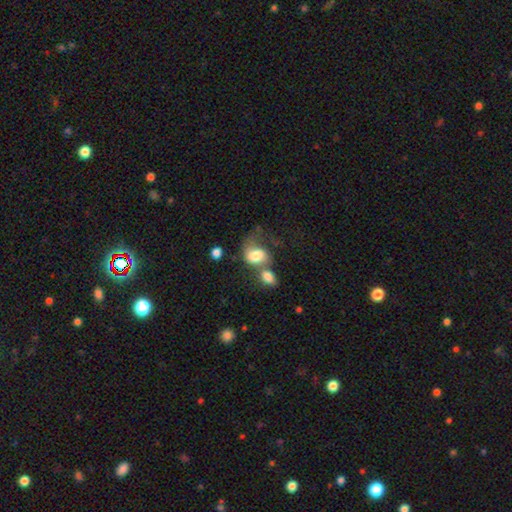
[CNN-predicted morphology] This is likely a smooth galaxy (67%). How rounded: likely in between (63%). Merging: possibly merger (53%).